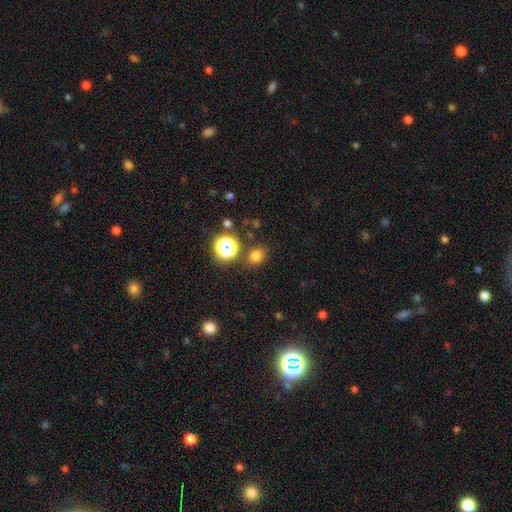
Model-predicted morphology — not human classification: smooth 75%, star or artifact 20%, featured or disk 5%. Down the decision tree: how rounded — round (71%); merging — none (82%).